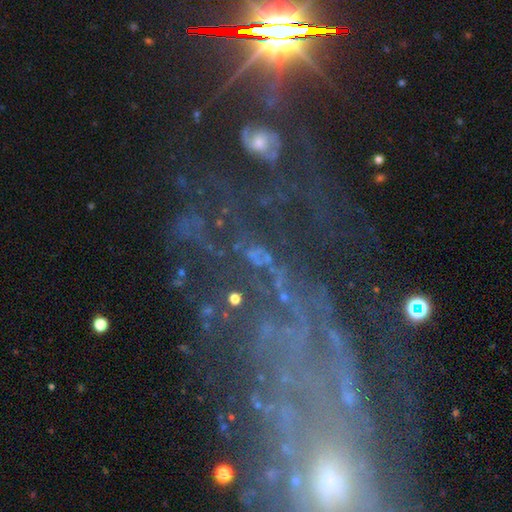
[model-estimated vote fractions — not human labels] A star or artifact, not a galaxy (53%).